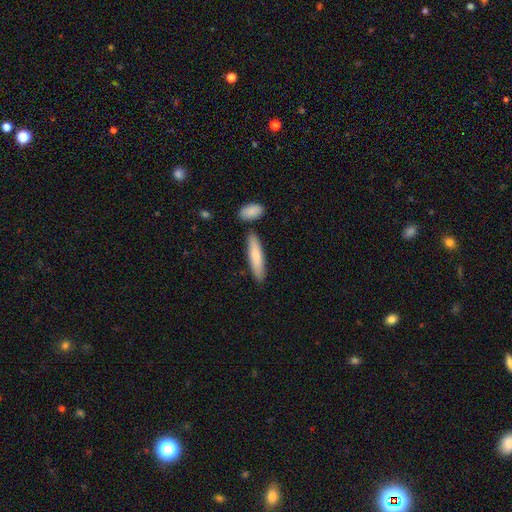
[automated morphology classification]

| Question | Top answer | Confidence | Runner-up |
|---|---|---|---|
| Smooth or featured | smooth | 80% | featured or disk (15%) |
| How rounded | cigar-shaped | 80% | in between (19%) |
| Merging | none | 81% | minor disturbance (11%) |